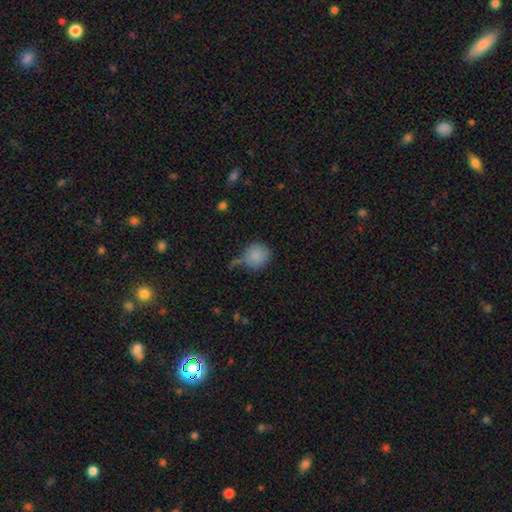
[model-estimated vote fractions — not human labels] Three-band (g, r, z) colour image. It shows a smooth galaxy with no disk features (85%) that is round (86%). Merging: none (52%).